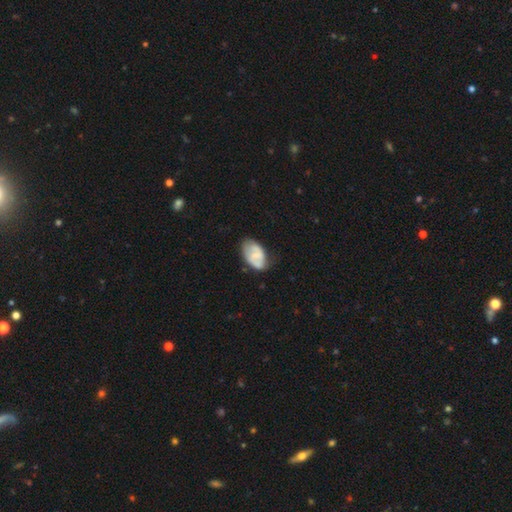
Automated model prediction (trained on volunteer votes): Smooth or featured?
  - smooth: 49% *
  - featured or disk: 44%
  - star or artifact: 7%
Merging?
  - none: 57% *
  - minor disturbance: 32%
  - major disturbance: 9%
  - merger: 2%